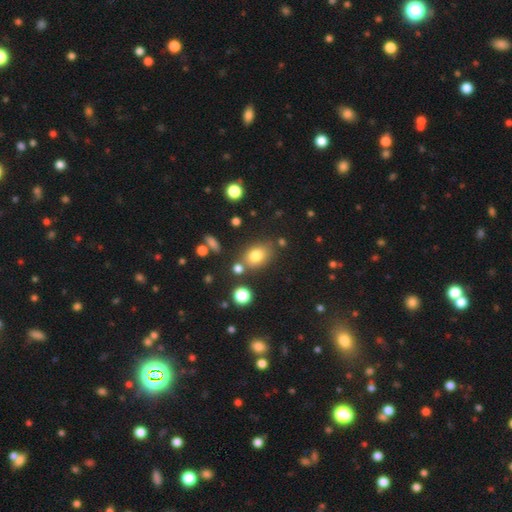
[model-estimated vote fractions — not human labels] Q: Smooth or featured?
A: smooth (78%); runner-up: star or artifact (12%)
Q: How rounded?
A: in between (67%); runner-up: round (31%)
Q: Merging?
A: none (70%); runner-up: minor disturbance (14%)